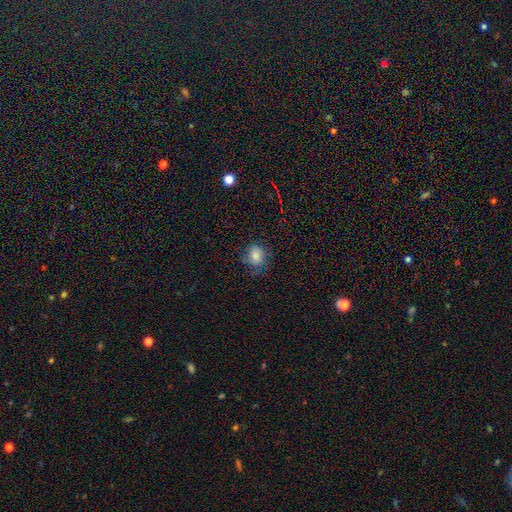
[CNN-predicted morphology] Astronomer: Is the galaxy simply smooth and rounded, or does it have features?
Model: smooth — 73%.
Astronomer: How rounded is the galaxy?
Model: round — 61% (runner-up: in between, 38%).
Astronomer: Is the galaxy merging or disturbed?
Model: none — 67%.